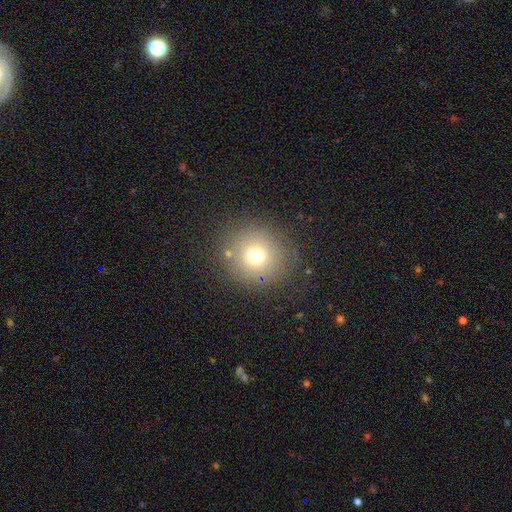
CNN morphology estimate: A smooth galaxy with no disk features (71%) that is round (93%).

Vote fractions:
- Smooth or featured? smooth: 71% / star or artifact: 17% / featured or disk: 12%
- How rounded? round: 93% / in between: 6% / cigar-shaped: 1%
- Merging? none: 84% / minor disturbance: 9% / major disturbance: 5% / merger: 2%